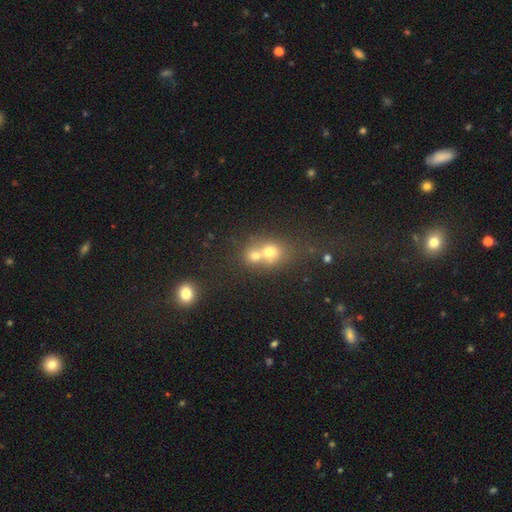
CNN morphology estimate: smooth 68%, featured or disk 18%, star or artifact 14%. Down the decision tree: how rounded — round (67%); merging — merger (65%).